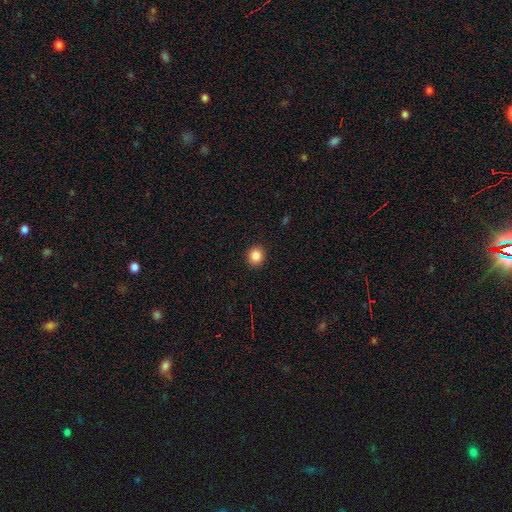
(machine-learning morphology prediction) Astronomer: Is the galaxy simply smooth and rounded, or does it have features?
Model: smooth — 86%.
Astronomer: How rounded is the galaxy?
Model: round — 83%.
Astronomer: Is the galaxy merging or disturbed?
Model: none — 92%.